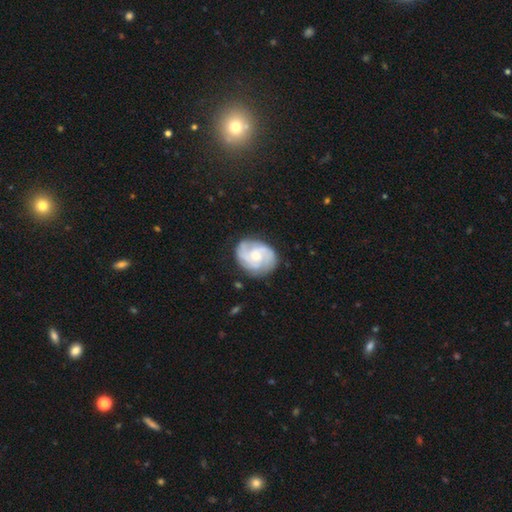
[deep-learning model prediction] This appears to be a featured or disk galaxy (79%) with no bar (67%), 2 (34%) tight (45%) spiral arms (95%) and a moderate central bulge (51%). Merging: none (77%).